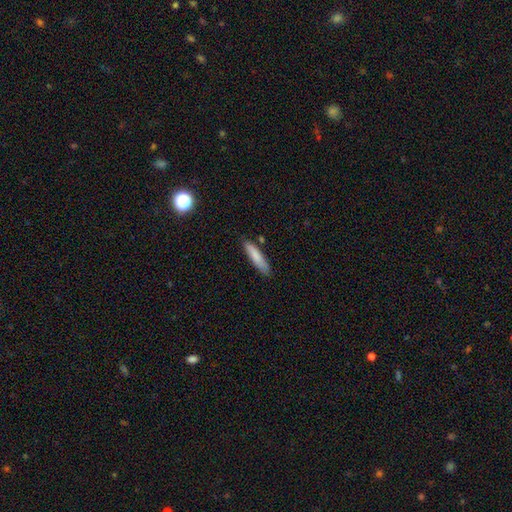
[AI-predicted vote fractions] A smooth galaxy with no disk features (82%) that is cigar-shaped (80%).

Vote fractions:
- Smooth or featured? smooth: 82% / featured or disk: 12% / star or artifact: 6%
- How rounded? cigar-shaped: 80% / in between: 19% / round: 1%
- Merging? none: 82% / minor disturbance: 13% / merger: 3% / major disturbance: 2%